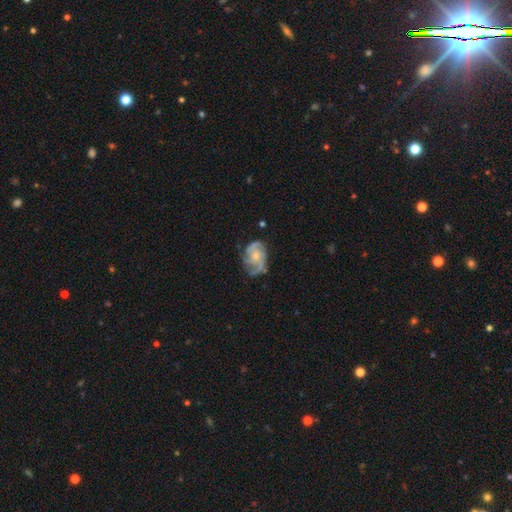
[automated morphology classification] Smooth or featured?
  - featured or disk: 84% *
  - smooth: 10%
  - star or artifact: 6%
Edge-on disk?
  - no: 98% *
  - yes: 2%
Bar?
  - no: 70% *
  - weak: 26%
  - strong: 4%
Spiral arms?
  - yes: 96% *
  - no: 4%
Spiral winding?
  - medium: 48% *
  - tight: 37%
  - loose: 16%
Spiral arm count?
  - 2: 40% *
  - 3: 34%
  - can't tell: 13%
  - 4: 5%
  - 1: 5%
  - more than 4: 4%
Bulge size?
  - moderate: 46% *
  - small: 42%
  - none: 7%
  - large: 4%
  - dominant: 1%
Merging?
  - none: 62% *
  - minor disturbance: 23%
  - major disturbance: 12%
  - merger: 2%